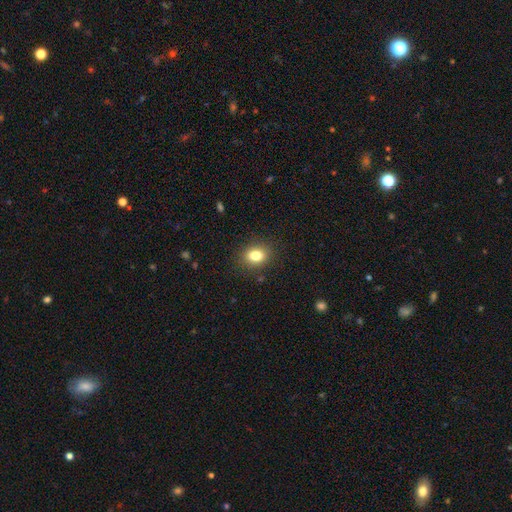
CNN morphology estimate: The model was most divided on "how rounded": in between: 58%, round: 41%, cigar-shaped: 1%. More confident: merging — none (87%); smooth or featured — smooth (81%).